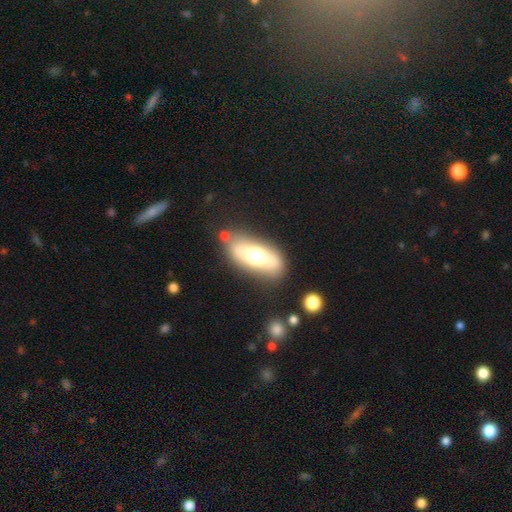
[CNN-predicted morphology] smooth_or_featured: smooth (p=0.53) [alt: featured or disk p=0.38]
how_rounded: in between (p=0.76) [alt: cigar-shaped p=0.17]
merging: none (p=0.77) [alt: minor disturbance p=0.12]